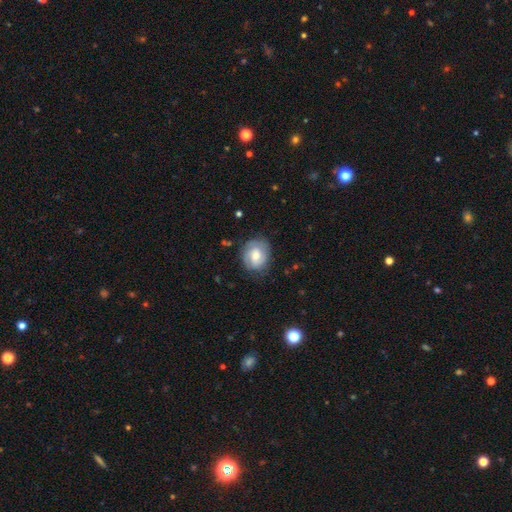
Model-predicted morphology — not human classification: Smooth or featured? featured or disk (50%)
Edge-on disk? no (97%)
Merging? none (72%)